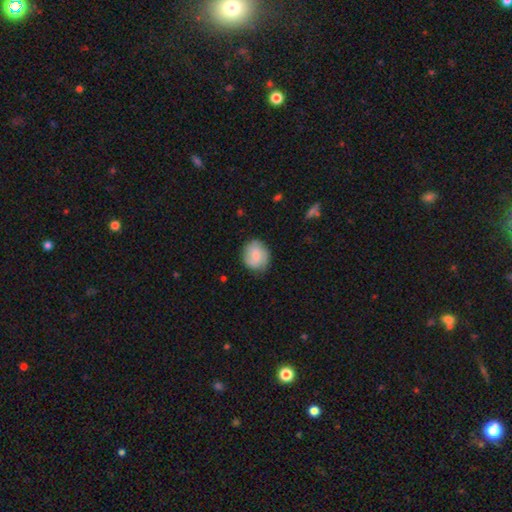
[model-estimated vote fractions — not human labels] smooth 71%, featured or disk 22%, star or artifact 7%. Down the decision tree: how rounded — round (73%); merging — none (79%).